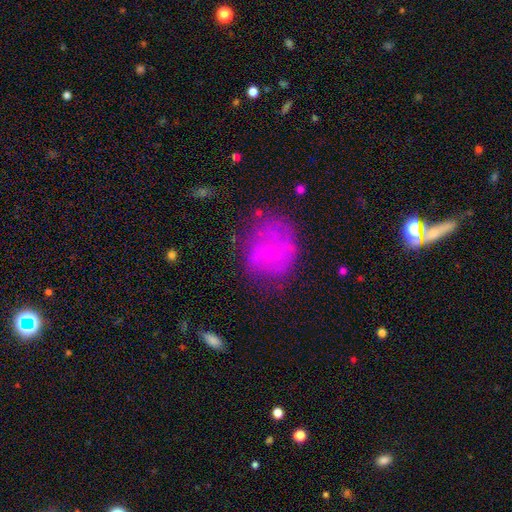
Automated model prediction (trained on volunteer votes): Smooth or featured? Predicted: featured or disk (p=0.48). Merging? Predicted: none (p=0.53).